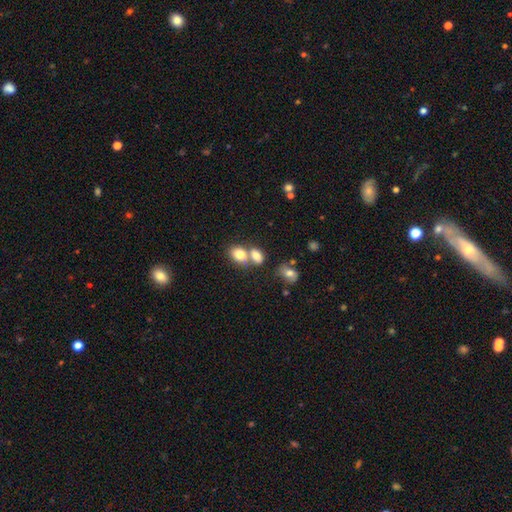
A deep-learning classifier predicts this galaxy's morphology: smooth 80%, featured or disk 10%, star or artifact 10%. Down the decision tree: how rounded — in between (72%); merging — merger (54%).